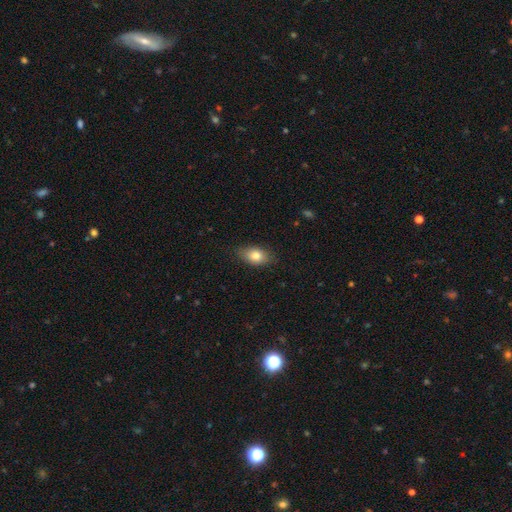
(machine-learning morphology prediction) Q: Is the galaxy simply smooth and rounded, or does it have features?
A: smooth — 80%.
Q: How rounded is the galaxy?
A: in between — 82%.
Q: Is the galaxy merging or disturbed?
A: none — 83%.